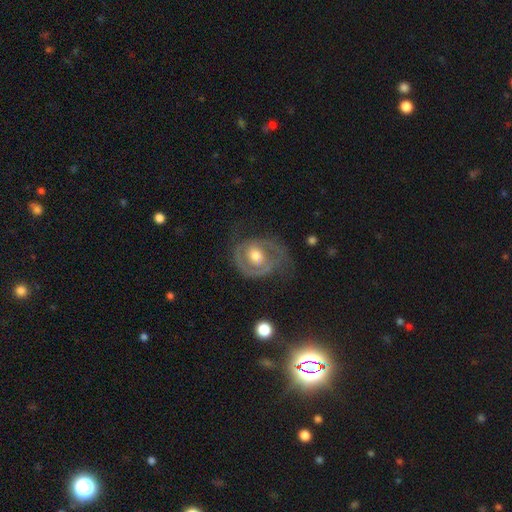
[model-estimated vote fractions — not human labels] Smooth or featured?
  - featured or disk: 80% *
  - smooth: 12%
  - star or artifact: 8%
Edge-on disk?
  - no: 97% *
  - yes: 3%
Bar?
  - no: 52% *
  - weak: 34%
  - strong: 14%
Spiral arms?
  - yes: 86% *
  - no: 14%
Spiral winding?
  - tight: 49% *
  - medium: 40%
  - loose: 11%
Spiral arm count?
  - 2: 72% *
  - can't tell: 11%
  - 1: 10%
  - 3: 3%
  - 4: 1%
  - more than 4: 1%
Bulge size?
  - moderate: 69% *
  - large: 14%
  - small: 14%
  - none: 2%
  - dominant: 1%
Merging?
  - none: 69% *
  - minor disturbance: 17%
  - major disturbance: 12%
  - merger: 2%